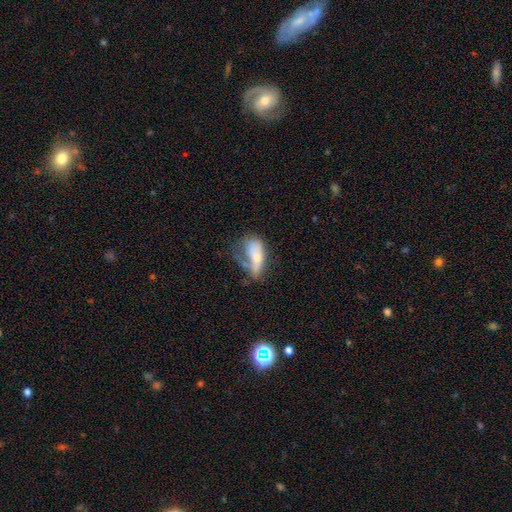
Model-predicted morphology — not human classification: Overall: smooth (58%; featured or disk 34%). How rounded: in between (76%). Merging: major disturbance (38%; none 24%).